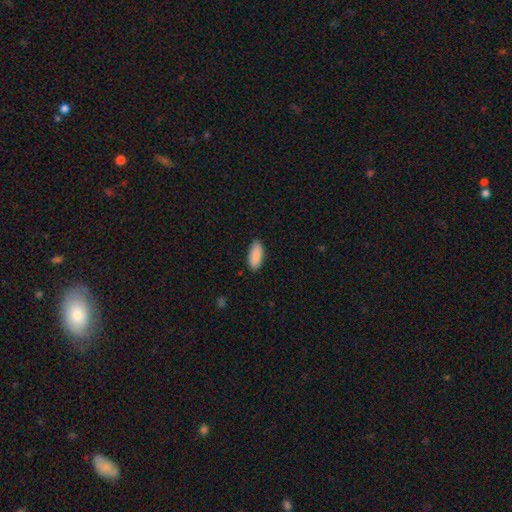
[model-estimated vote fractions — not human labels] Morphology: type=smooth (90%); roundness=in between (84%); merging=none (87%).